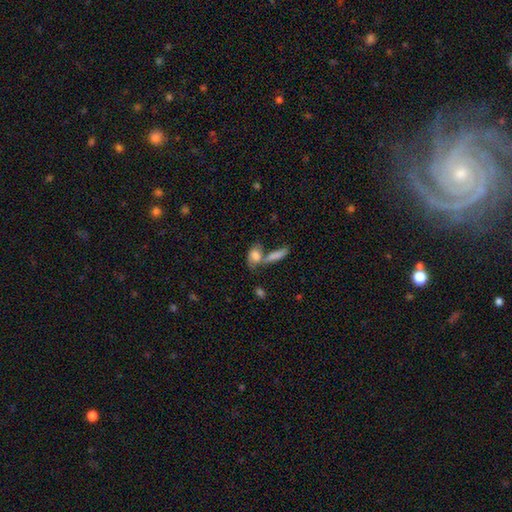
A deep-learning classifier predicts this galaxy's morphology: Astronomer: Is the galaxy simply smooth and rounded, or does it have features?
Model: smooth — 70%.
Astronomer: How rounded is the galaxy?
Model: in between — 77%.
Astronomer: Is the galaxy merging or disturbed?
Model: merger — 47% (runner-up: none, 32%).